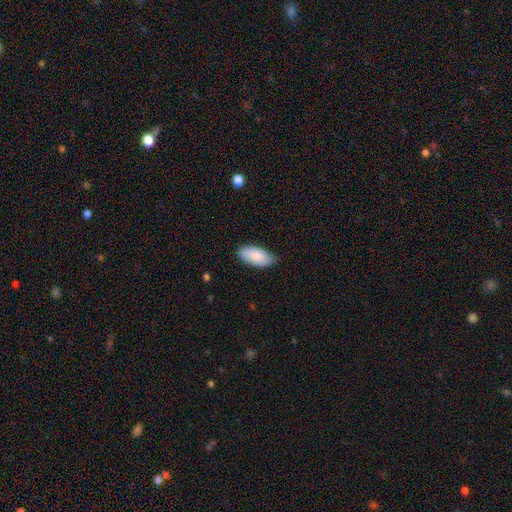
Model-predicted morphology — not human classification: This appears to be a smooth galaxy with no disk features (85%) that is in between round and cigar-shaped (93%). Merging: none (79%).